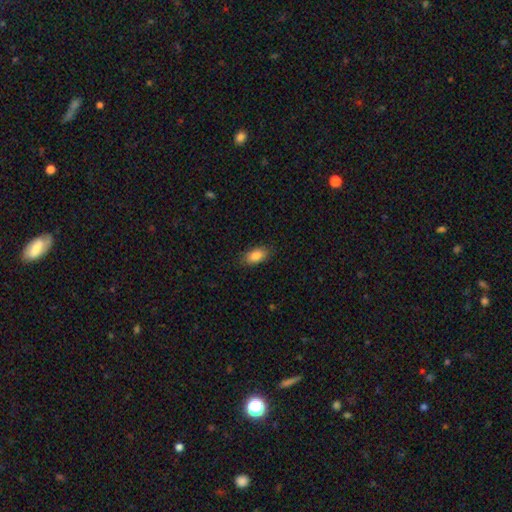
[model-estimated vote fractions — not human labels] The model was most divided on "merging": none: 86%, minor disturbance: 10%, major disturbance: 2%, merger: 1%. More confident: how rounded — in between (91%); smooth or featured — smooth (86%).